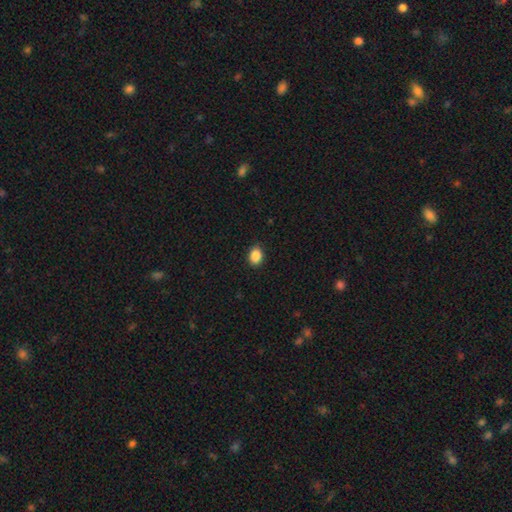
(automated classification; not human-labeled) smooth_or_featured: smooth (p=0.88) [alt: star or artifact p=0.09]
how_rounded: in between (p=0.65) [alt: round p=0.34]
merging: none (p=0.88) [alt: minor disturbance p=0.09]